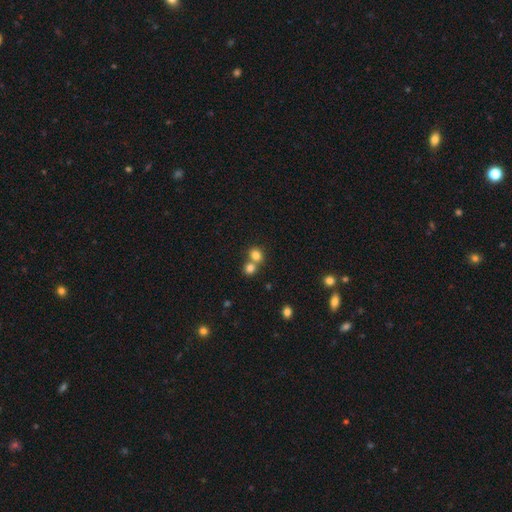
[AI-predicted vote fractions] smooth-or-featured: smooth: 79% | star or artifact: 12% | featured or disk: 8%
  how-rounded: round: 73% | in between: 26% | cigar-shaped: 1%
  merging: merger: 49% | none: 42% | minor disturbance: 6% | major disturbance: 2%